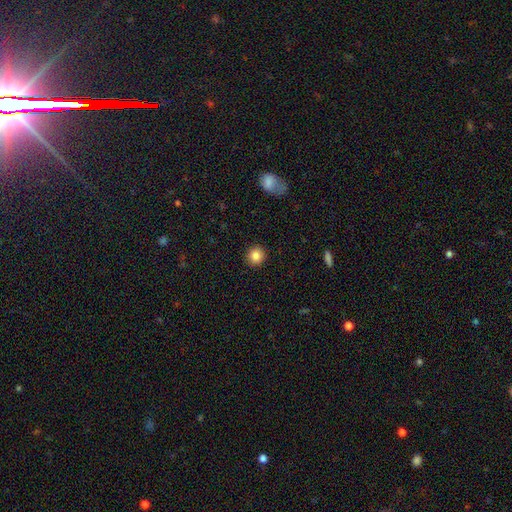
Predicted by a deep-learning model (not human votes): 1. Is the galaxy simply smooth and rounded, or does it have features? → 85% smooth, 10% star or artifact, 5% featured or disk.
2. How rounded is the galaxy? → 92% round, 7% in between, 1% cigar-shaped.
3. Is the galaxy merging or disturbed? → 92% none, 5% minor disturbance, 2% major disturbance, 1% merger.